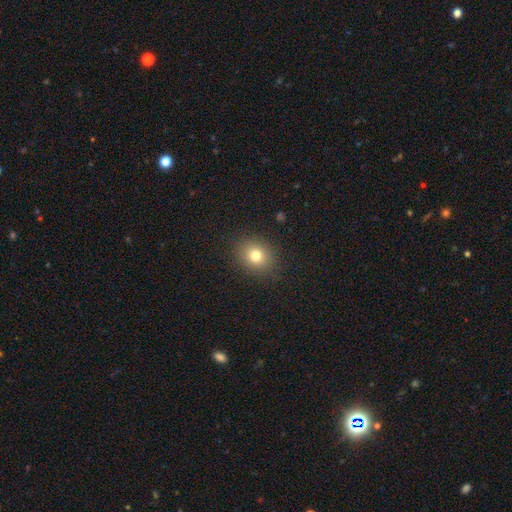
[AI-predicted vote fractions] Smooth or featured: smooth — 78% (star or artifact — 13%)
How rounded: round — 68% (in between — 31%)
Merging: none — 88% (minor disturbance — 8%)